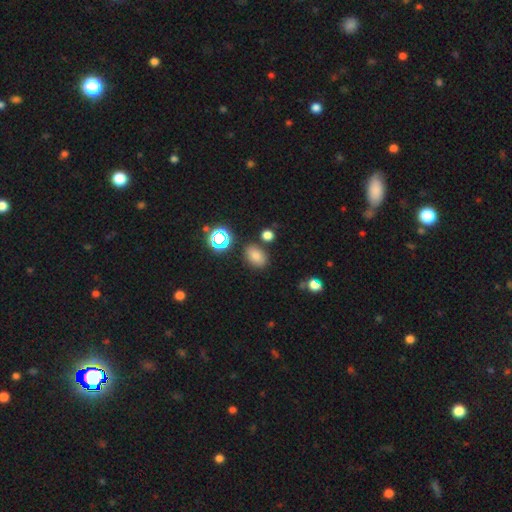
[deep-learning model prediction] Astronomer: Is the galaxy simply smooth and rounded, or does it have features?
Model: smooth — 75%.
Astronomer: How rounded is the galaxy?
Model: in between — 78%.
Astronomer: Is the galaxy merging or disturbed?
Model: none — 80%.